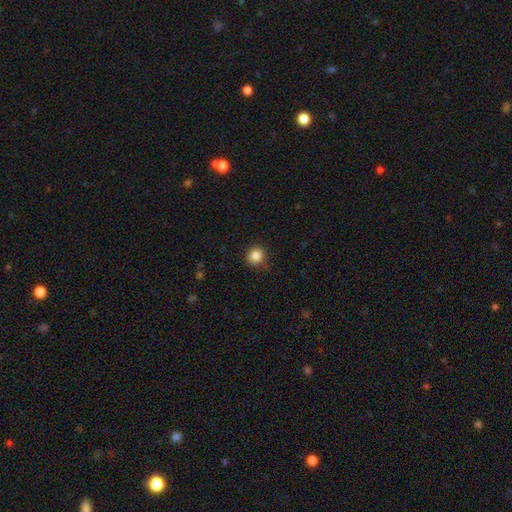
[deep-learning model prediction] The model was most divided on "smooth or featured": smooth: 85%, star or artifact: 11%, featured or disk: 5%. More confident: how rounded — round (93%); merging — none (87%).